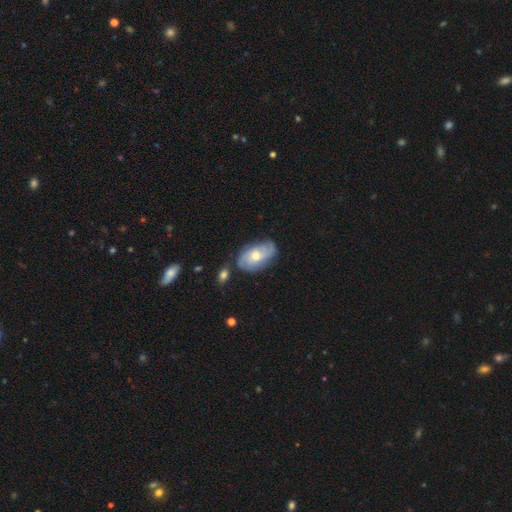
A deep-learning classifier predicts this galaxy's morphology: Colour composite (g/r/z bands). It shows a featured or disk galaxy (65%) with no bar (67%), tight (45%) spiral arms (85%) and a moderate central bulge (68%). Merging: none (67%).